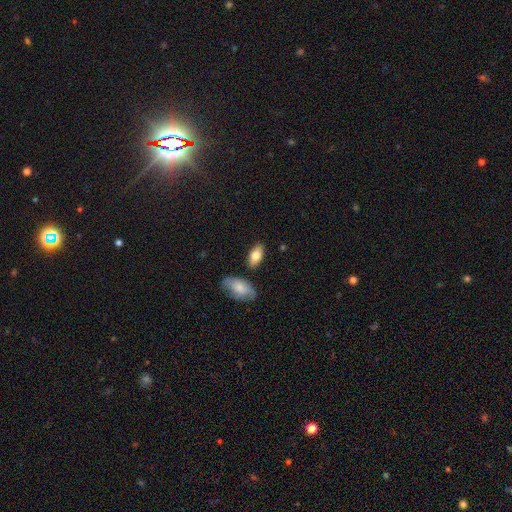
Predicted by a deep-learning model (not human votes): smooth 78%, featured or disk 16%, star or artifact 6%. Down the decision tree: how rounded — in between (90%); merging — none (81%).